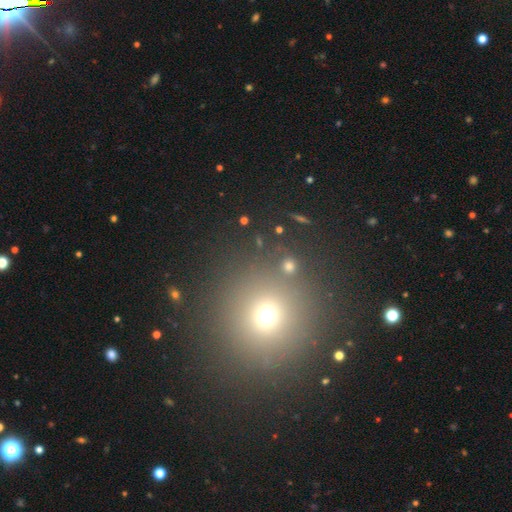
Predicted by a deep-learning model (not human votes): Smooth or featured?
  - smooth: 56% *
  - star or artifact: 36%
  - featured or disk: 8%
How rounded?
  - round: 94% *
  - in between: 5%
  - cigar-shaped: 1%
Merging?
  - none: 89% *
  - minor disturbance: 5%
  - major disturbance: 3%
  - merger: 3%